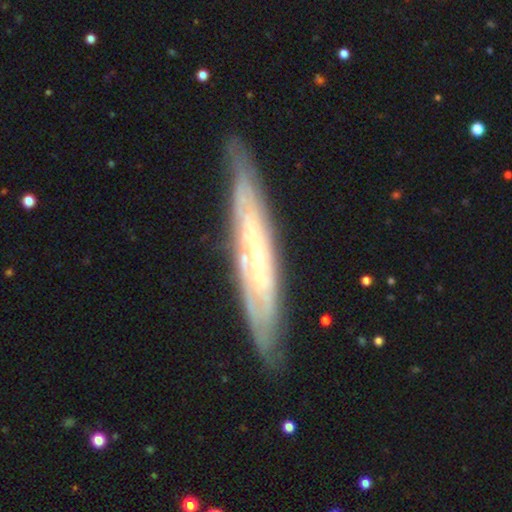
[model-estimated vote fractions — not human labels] Smooth or featured?
  - featured or disk: 75% *
  - smooth: 18%
  - star or artifact: 6%
Edge-on disk?
  - yes: 59% *
  - no: 41%
Merging?
  - none: 82% *
  - minor disturbance: 14%
  - major disturbance: 3%
  - merger: 2%